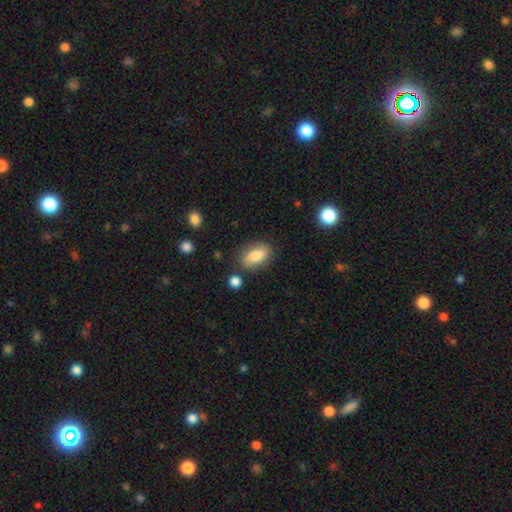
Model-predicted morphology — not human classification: This is likely a smooth galaxy (80%). How rounded: clearly in between (87%). Merging: likely none (79%).